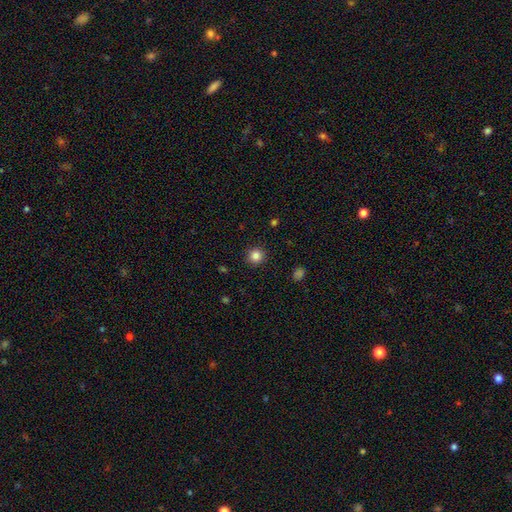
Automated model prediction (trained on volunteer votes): Overall: smooth (84%). How rounded: round (94%). Merging: none (92%).